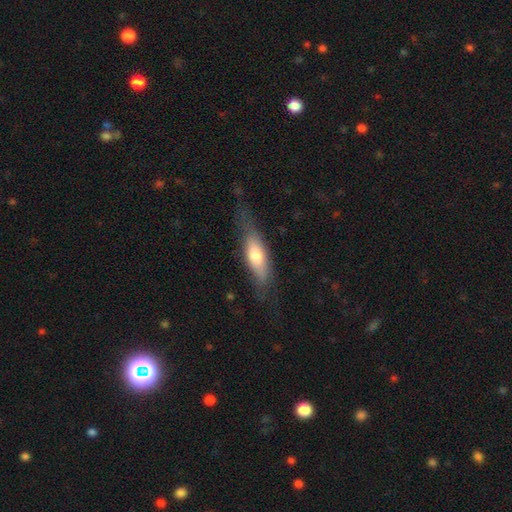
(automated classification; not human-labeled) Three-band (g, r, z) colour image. It shows a smooth galaxy with no disk features (59%) that is cigar-shaped (50%). Merging: none (60%).